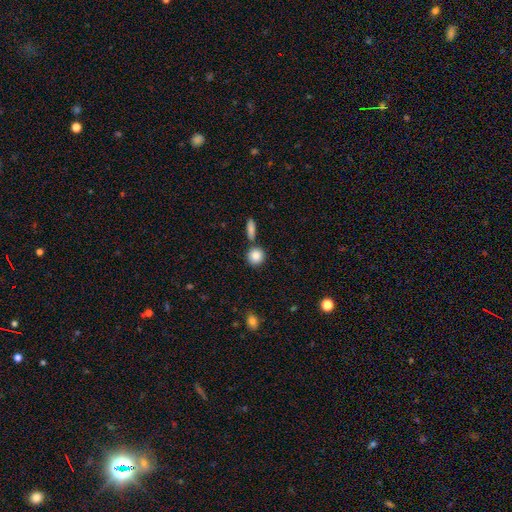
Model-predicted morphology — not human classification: Smooth or featured: smooth — 85% (star or artifact — 8%)
How rounded: round — 88% (in between — 10%)
Merging: none — 76% (merger — 13%)